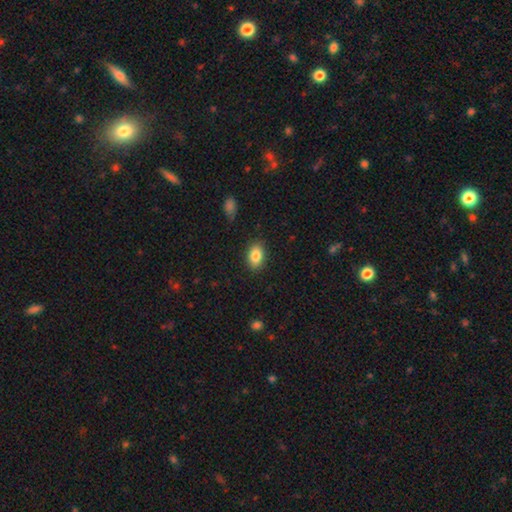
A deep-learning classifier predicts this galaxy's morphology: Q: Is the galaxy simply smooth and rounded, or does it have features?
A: smooth — 85%.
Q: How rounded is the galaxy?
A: in between — 86%.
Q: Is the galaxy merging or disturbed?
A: none — 86%.